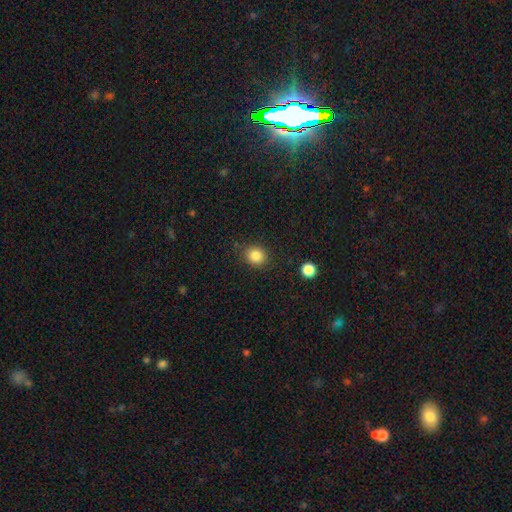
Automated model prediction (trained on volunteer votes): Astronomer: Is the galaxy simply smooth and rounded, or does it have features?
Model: smooth — 85%.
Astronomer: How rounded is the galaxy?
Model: round — 71%.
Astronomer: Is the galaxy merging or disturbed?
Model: none — 85%.